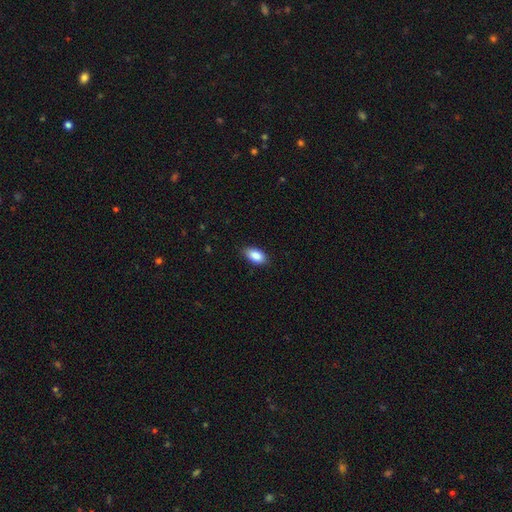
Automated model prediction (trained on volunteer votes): Smooth or featured? Predicted: smooth (p=0.88). How rounded? Predicted: in between (p=0.93). Merging? Predicted: none (p=0.85).